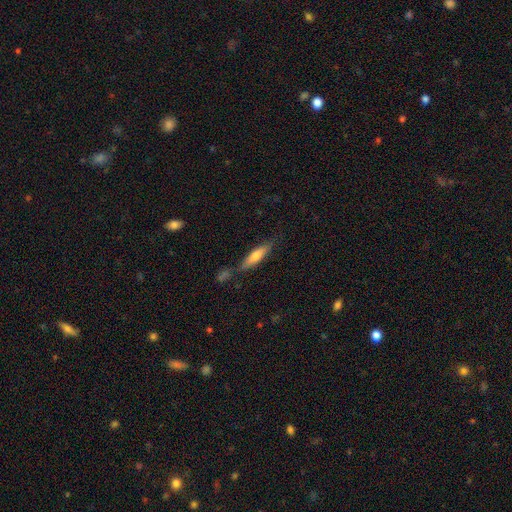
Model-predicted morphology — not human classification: smooth 65%, featured or disk 29%, star or artifact 6%. Down the decision tree: how rounded — cigar-shaped (76%); merging — none (68%).